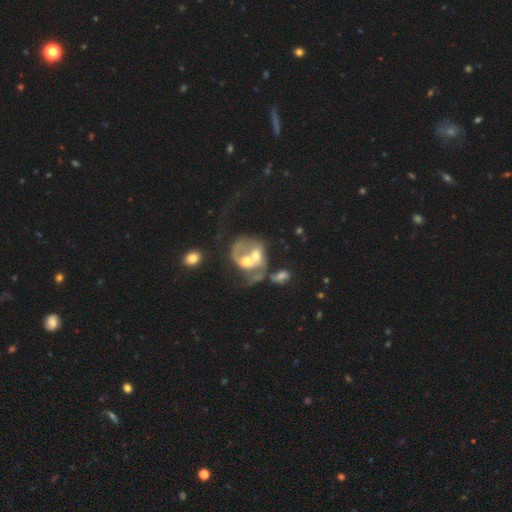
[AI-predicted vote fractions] Q: Smooth or featured?
A: featured or disk (66%); runner-up: smooth (26%)
Q: Edge-on disk?
A: no (97%); runner-up: yes (3%)
Q: Bar?
A: no (76%); runner-up: weak (18%)
Q: Spiral arms?
A: no (50%); tied with: yes (50%)
Q: Bulge size?
A: moderate (60%); runner-up: small (16%)
Q: Merging?
A: merger (71%); runner-up: major disturbance (14%)